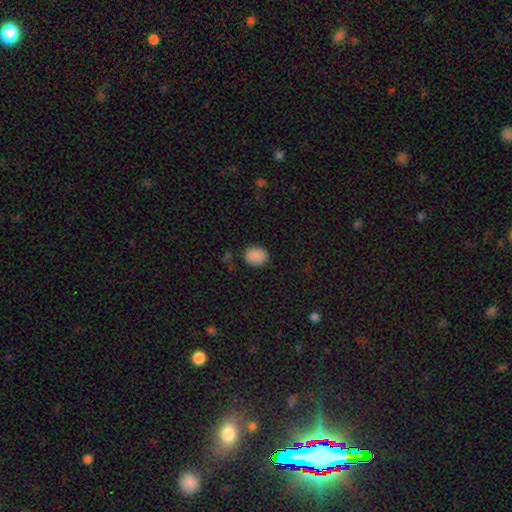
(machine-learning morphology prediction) This is clearly a smooth galaxy (87%). How rounded: possibly round (54%). Merging: clearly none (83%).